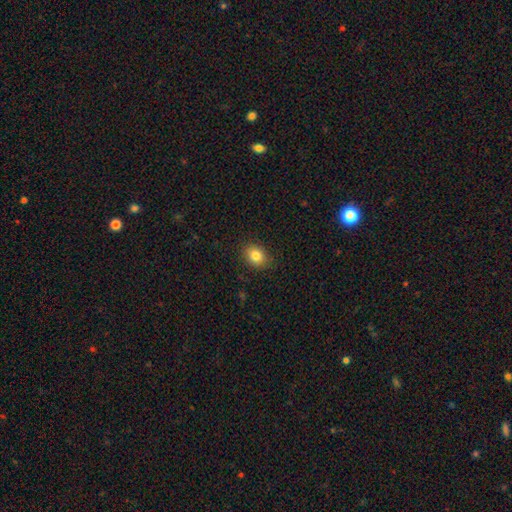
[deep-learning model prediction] Smooth or featured?
  - smooth: 83% *
  - star or artifact: 10%
  - featured or disk: 7%
How rounded?
  - round: 52% *
  - in between: 47%
  - cigar-shaped: 1%
Merging?
  - none: 88% *
  - minor disturbance: 9%
  - major disturbance: 2%
  - merger: 1%